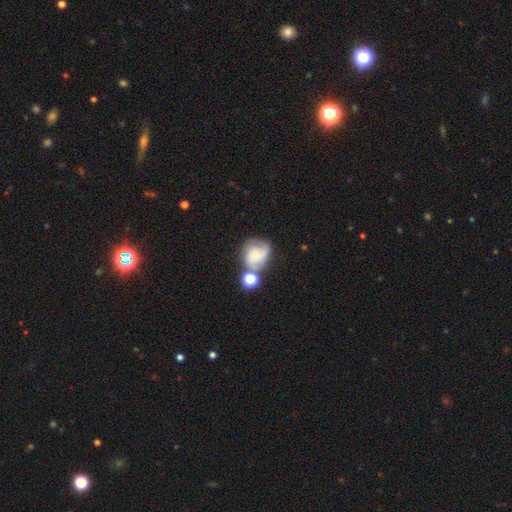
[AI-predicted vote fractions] smooth 46%, featured or disk 42%, star or artifact 11%. Down the decision tree: merging — none (41%).